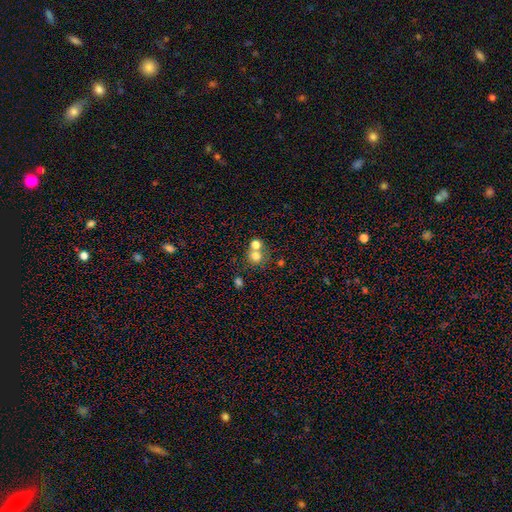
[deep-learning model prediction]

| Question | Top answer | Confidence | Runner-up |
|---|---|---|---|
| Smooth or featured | smooth | 73% | star or artifact (14%) |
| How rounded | round | 85% | in between (14%) |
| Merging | none | 49% | merger (40%) |